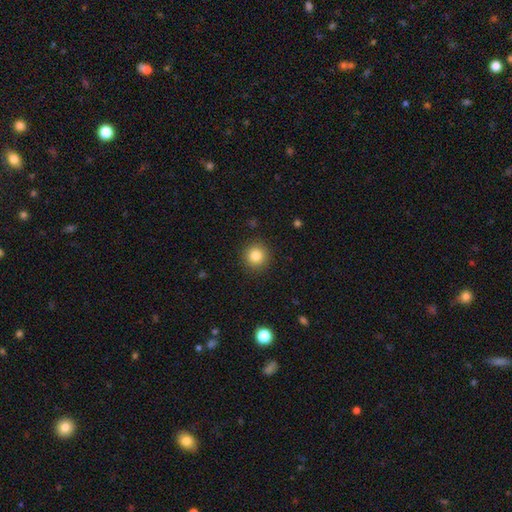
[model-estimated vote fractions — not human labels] The model was most divided on "smooth or featured": smooth: 83%, star or artifact: 11%, featured or disk: 6%. More confident: how rounded — round (94%); merging — none (91%).